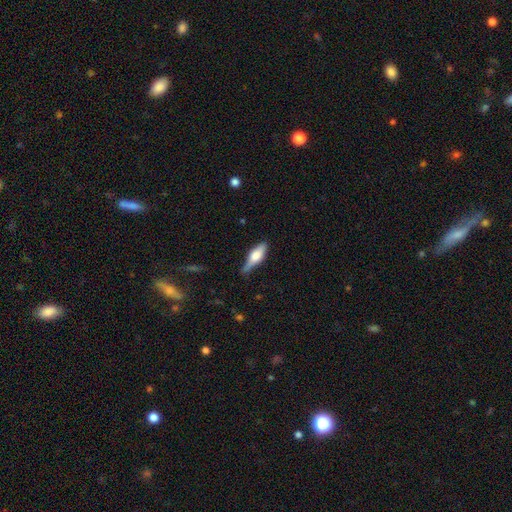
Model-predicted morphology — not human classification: The model was most divided on "smooth or featured": smooth: 52%, featured or disk: 41%, star or artifact: 7%. More confident: merging — none (60%); how rounded — in between (57%).